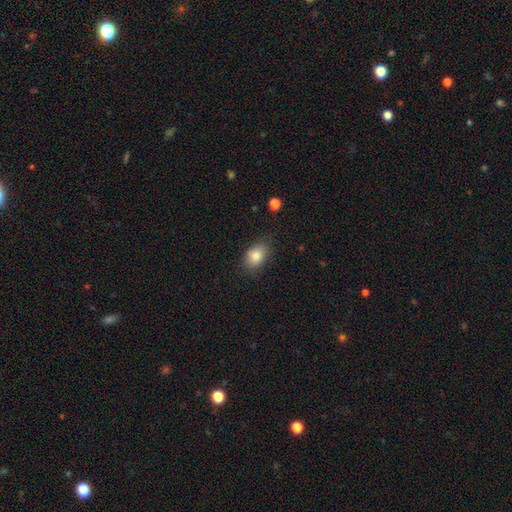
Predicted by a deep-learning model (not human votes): smooth-or-featured: smooth: 83% | star or artifact: 9% | featured or disk: 8%
  how-rounded: in between: 80% | round: 18% | cigar-shaped: 1%
  merging: none: 78% | minor disturbance: 17% | major disturbance: 4% | merger: 1%